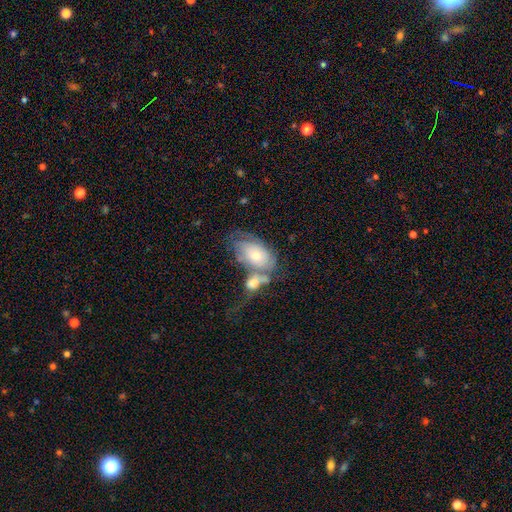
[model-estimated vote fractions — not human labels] A featured or disk galaxy (51%). Merging: merger (49%).